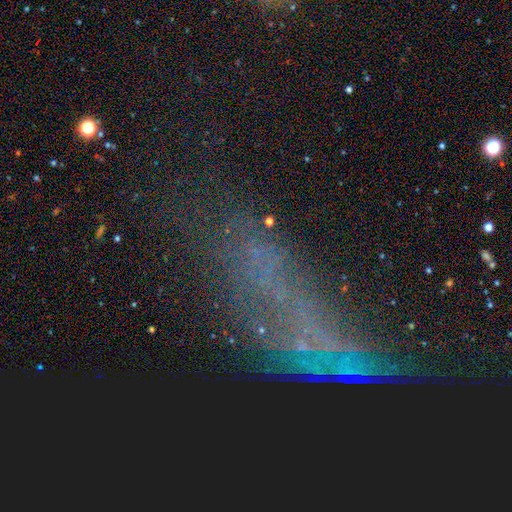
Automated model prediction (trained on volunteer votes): Smooth or featured: star or artifact — 39% (featured or disk — 35%)